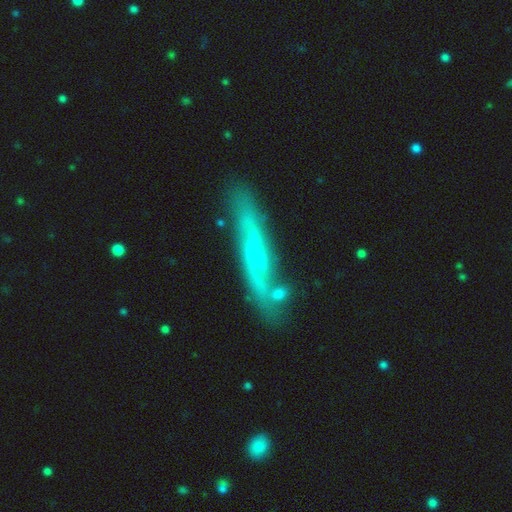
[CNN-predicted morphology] type=featured or disk (65%); edge-on=yes (59%); merging=none (68%).